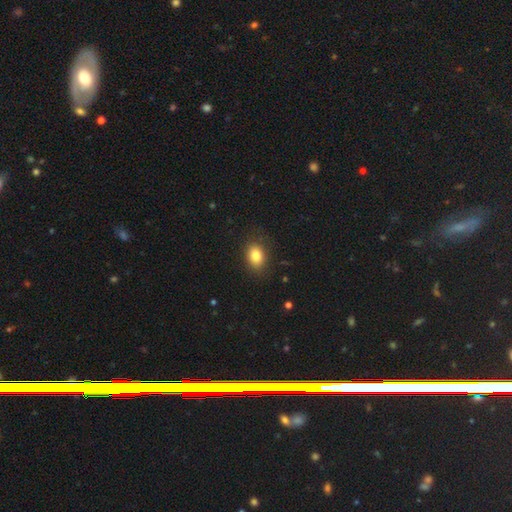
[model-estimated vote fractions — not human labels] Smooth or featured? smooth (83%)
How rounded? in between (72%)
Merging? none (84%)